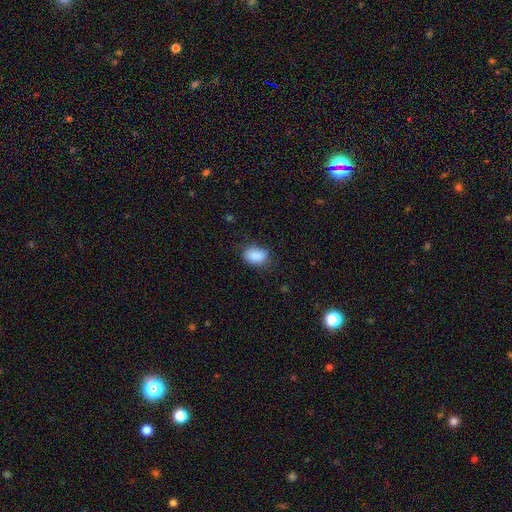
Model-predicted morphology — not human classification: A smooth galaxy with no disk features (89%) that is in between round and cigar-shaped (83%). Merging: none (78%).